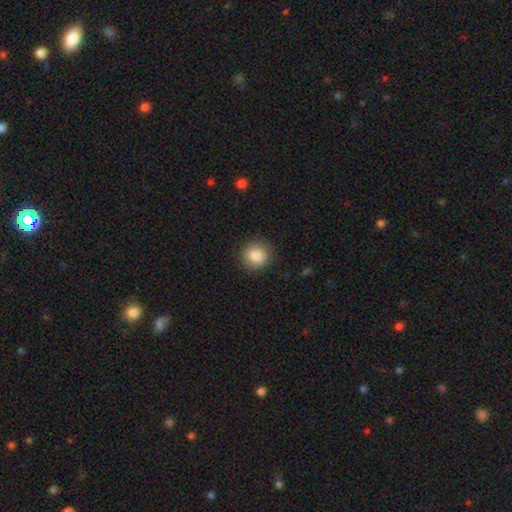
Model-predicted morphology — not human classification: Smooth or featured? Predicted: smooth (p=0.86). How rounded? Predicted: round (p=0.90). Merging? Predicted: none (p=0.89).